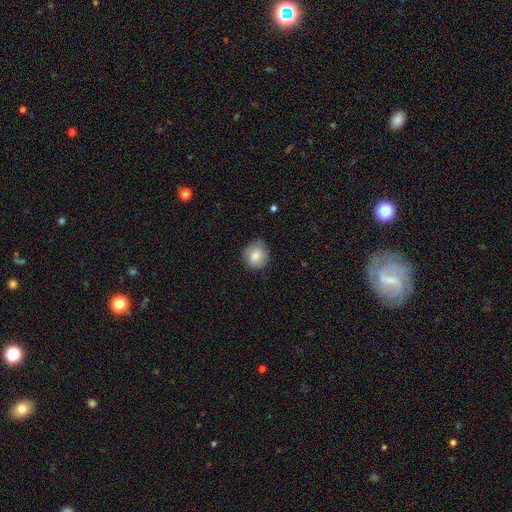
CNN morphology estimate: This is clearly a smooth galaxy (80%). How rounded: clearly round (83%). Merging: likely none (74%).